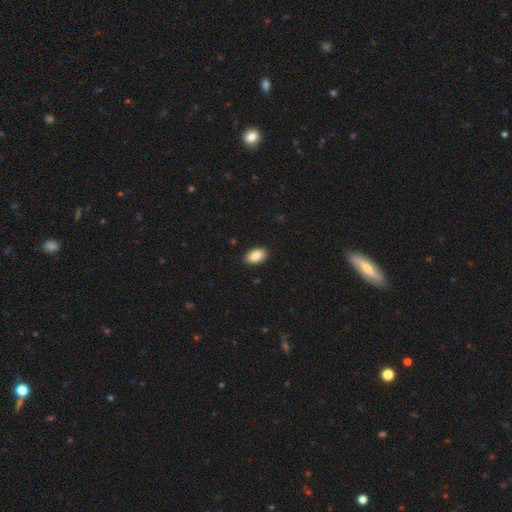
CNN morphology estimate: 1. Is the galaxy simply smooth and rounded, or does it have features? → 85% smooth, 8% featured or disk, 7% star or artifact.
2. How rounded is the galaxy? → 92% in between, 6% round, 1% cigar-shaped.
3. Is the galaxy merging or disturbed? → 89% none, 8% minor disturbance, 2% major disturbance, 1% merger.